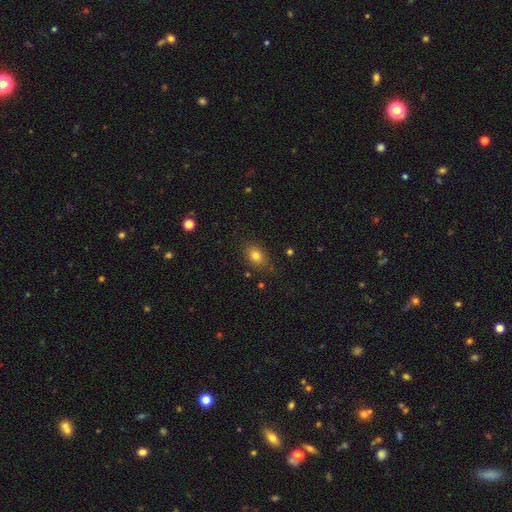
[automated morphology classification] Smooth or featured? Predicted: smooth (p=0.80). How rounded? Predicted: in between (p=0.71). Merging? Predicted: none (p=0.82).